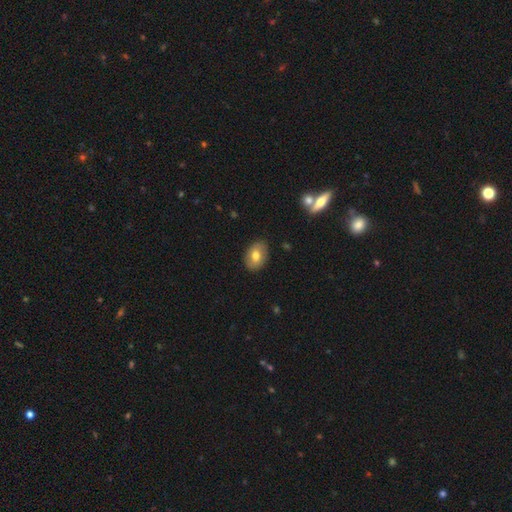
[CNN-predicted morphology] smooth-or-featured: smooth: 71% | featured or disk: 22% | star or artifact: 8%
  how-rounded: in between: 78% | round: 21% | cigar-shaped: 1%
  merging: none: 86% | minor disturbance: 11% | major disturbance: 2% | merger: 1%